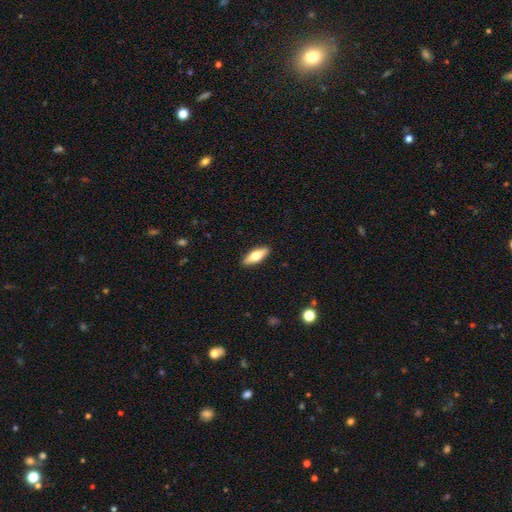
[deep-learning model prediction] Q: Smooth or featured?
A: smooth (58%); runner-up: featured or disk (36%)
Q: How rounded?
A: in between (58%); runner-up: cigar-shaped (39%)
Q: Merging?
A: none (90%); runner-up: minor disturbance (7%)